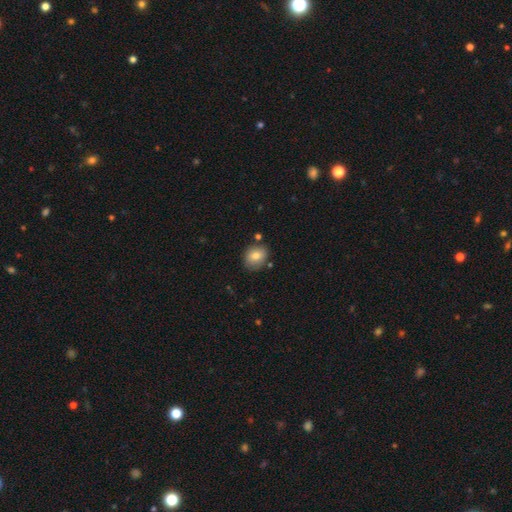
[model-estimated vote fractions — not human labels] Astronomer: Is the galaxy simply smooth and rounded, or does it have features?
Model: smooth — 79%.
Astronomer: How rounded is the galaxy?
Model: round — 55% (runner-up: in between, 44%).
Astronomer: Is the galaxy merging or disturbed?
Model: none — 79%.